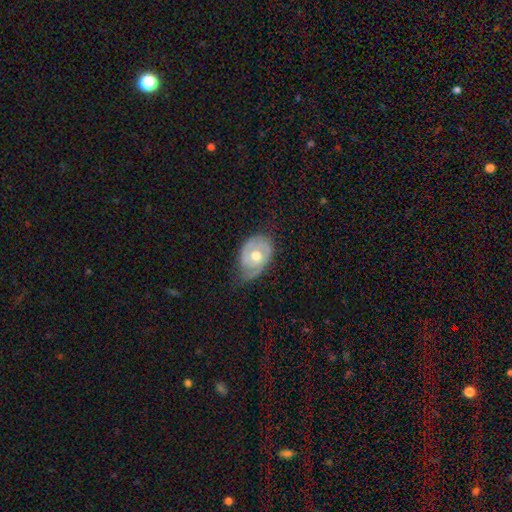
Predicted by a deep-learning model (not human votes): Smooth or featured?
  - featured or disk: 71% *
  - smooth: 24%
  - star or artifact: 5%
Edge-on disk?
  - no: 95% *
  - yes: 5%
Bar?
  - no: 78% *
  - weak: 18%
  - strong: 4%
Spiral arms?
  - yes: 78% *
  - no: 22%
Spiral winding?
  - tight: 58% *
  - medium: 30%
  - loose: 12%
Spiral arm count?
  - 2: 50% *
  - can't tell: 24%
  - 1: 17%
  - 3: 6%
  - 4: 2%
  - more than 4: 2%
Bulge size?
  - moderate: 78% *
  - small: 10%
  - large: 10%
  - none: 1%
  - dominant: 1%
Merging?
  - none: 53% *
  - minor disturbance: 33%
  - major disturbance: 12%
  - merger: 1%